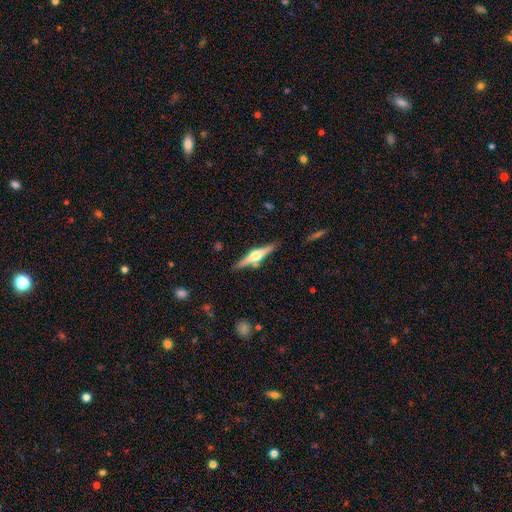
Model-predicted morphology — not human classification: The model was most divided on "smooth or featured": featured or disk: 73%, smooth: 21%, star or artifact: 6%. More confident: edge-on disk — yes (97%); edge-on bulge — rounded (92%); merging — none (85%).